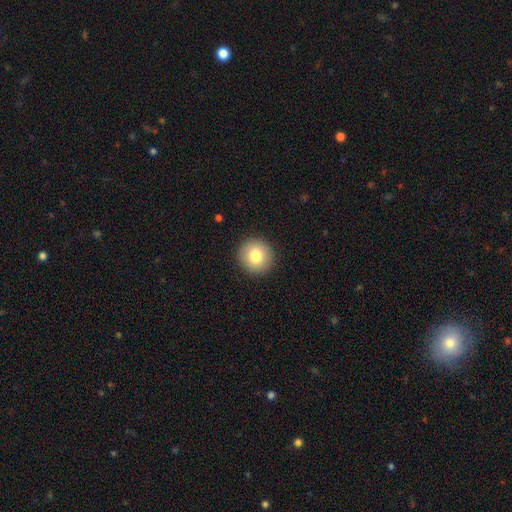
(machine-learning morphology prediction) A smooth galaxy with no disk features (81%) that is round (95%).

Vote fractions:
- Smooth or featured? smooth: 81% / featured or disk: 10% / star or artifact: 9%
- How rounded? round: 95% / in between: 5% / cigar-shaped: 1%
- Merging? none: 92% / minor disturbance: 5% / major disturbance: 2% / merger: 1%